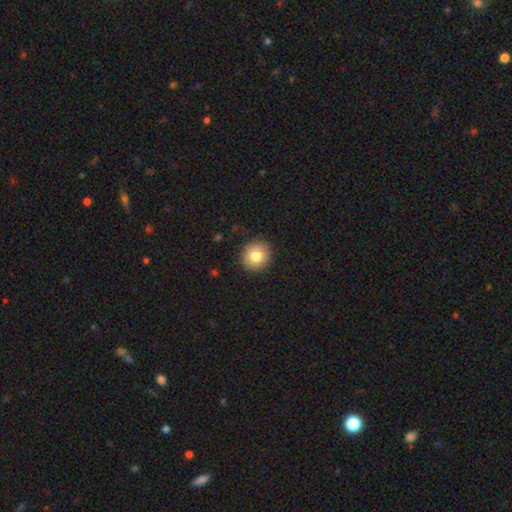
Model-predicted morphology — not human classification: Smooth or featured? Predicted: smooth (p=0.82). How rounded? Predicted: round (p=0.90). Merging? Predicted: none (p=0.91).